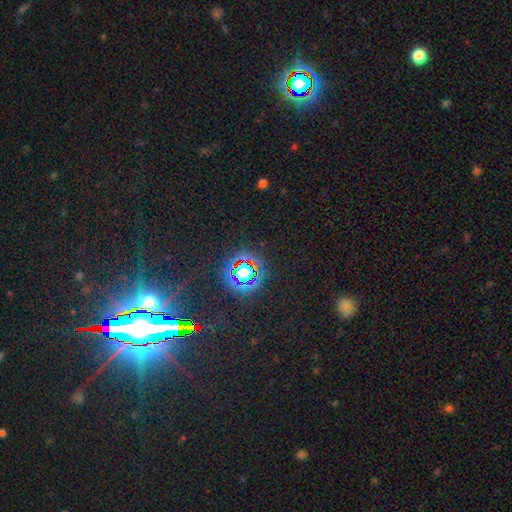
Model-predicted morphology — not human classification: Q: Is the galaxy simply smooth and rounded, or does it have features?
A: star or artifact — 82%.